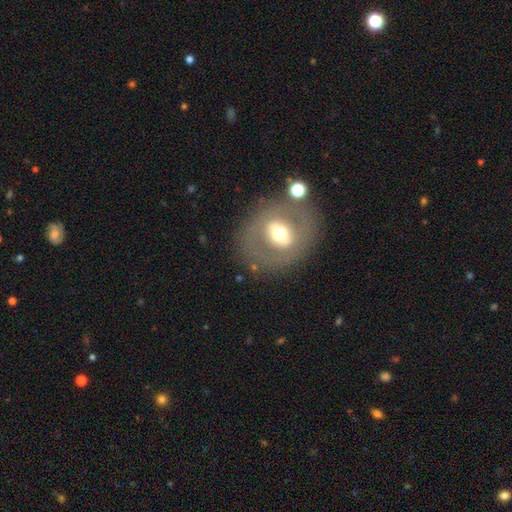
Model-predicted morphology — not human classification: Smooth or featured? Predicted: featured or disk (p=0.55). Edge-on disk? Predicted: no (p=0.93). Bar? Predicted: weak (p=0.39). Spiral arms? Predicted: no (p=0.70). Bulge size? Predicted: moderate (p=0.68). Merging? Predicted: none (p=0.74).